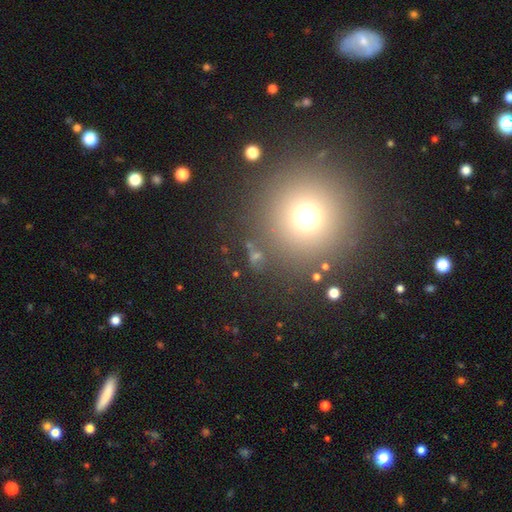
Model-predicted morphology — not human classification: This appears to be a smooth galaxy with no disk features (51%) that is round (84%). Merging: none (79%).